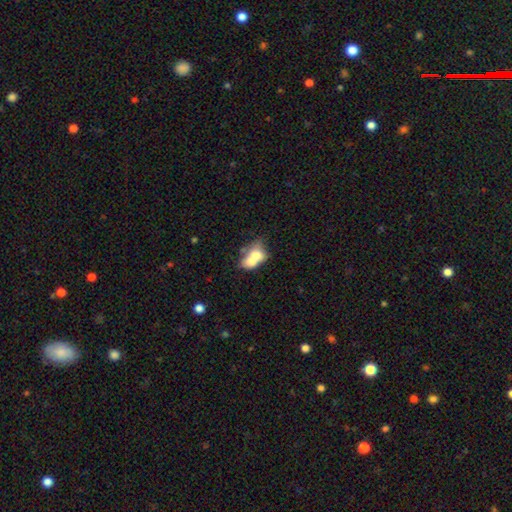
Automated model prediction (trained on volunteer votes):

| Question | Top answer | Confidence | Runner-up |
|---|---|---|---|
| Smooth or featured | smooth | 63% | featured or disk (28%) |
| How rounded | in between | 75% | round (23%) |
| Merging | merger | 66% | none (16%) |